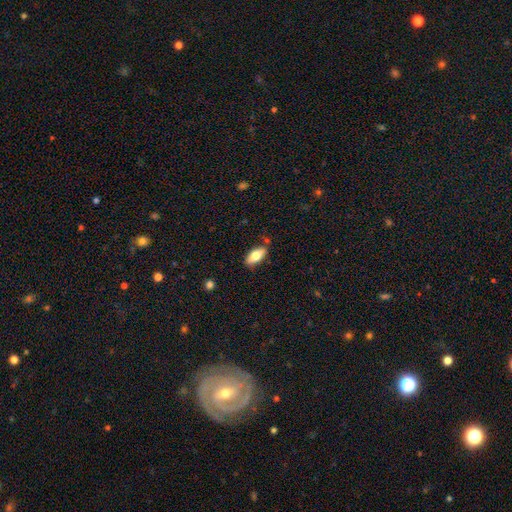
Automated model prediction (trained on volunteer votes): A smooth galaxy with no disk features (73%) that is in between round and cigar-shaped (86%). Merging: none (82%).